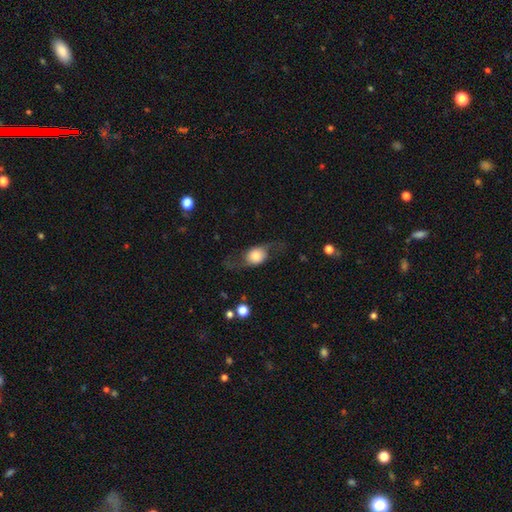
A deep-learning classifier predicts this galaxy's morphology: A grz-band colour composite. It shows a smooth galaxy with no disk features (48%). Merging: none (59%).